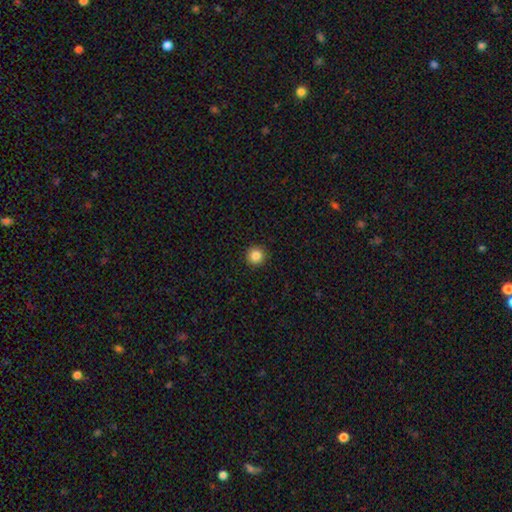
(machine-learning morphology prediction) Q: Smooth or featured?
A: smooth (86%); runner-up: star or artifact (10%)
Q: How rounded?
A: round (96%); runner-up: in between (3%)
Q: Merging?
A: none (93%); runner-up: minor disturbance (4%)